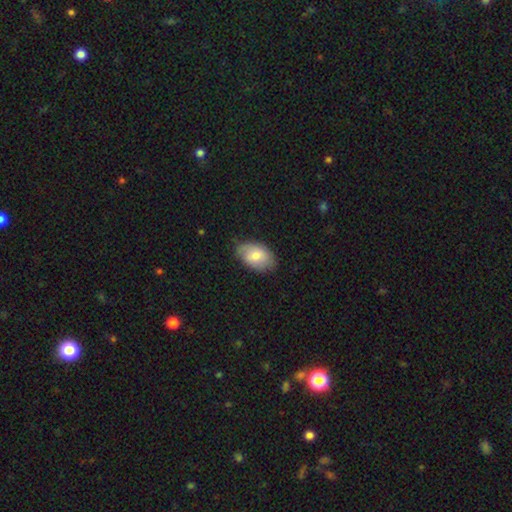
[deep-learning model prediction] Smooth or featured?
  - smooth: 74% *
  - featured or disk: 20%
  - star or artifact: 6%
How rounded?
  - in between: 90% *
  - round: 8%
  - cigar-shaped: 1%
Merging?
  - none: 71% *
  - minor disturbance: 24%
  - major disturbance: 4%
  - merger: 1%